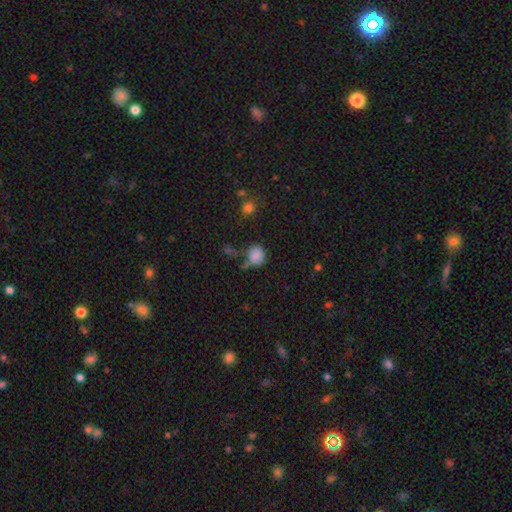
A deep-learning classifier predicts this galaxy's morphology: type=smooth (82%); roundness=round (76%); merging=none (53%).